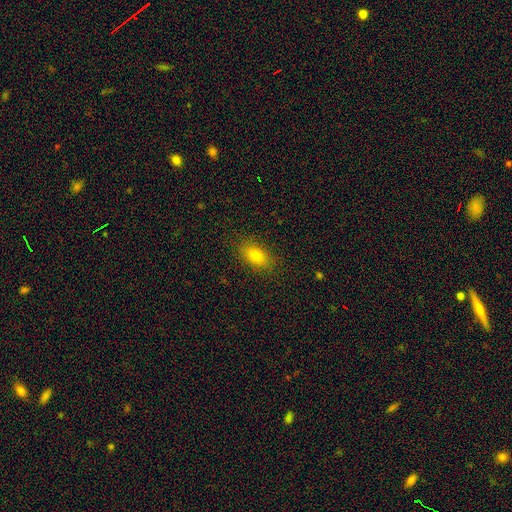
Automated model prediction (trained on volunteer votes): smooth 79%, star or artifact 11%, featured or disk 10%. Down the decision tree: how rounded — in between (85%); merging — none (86%).